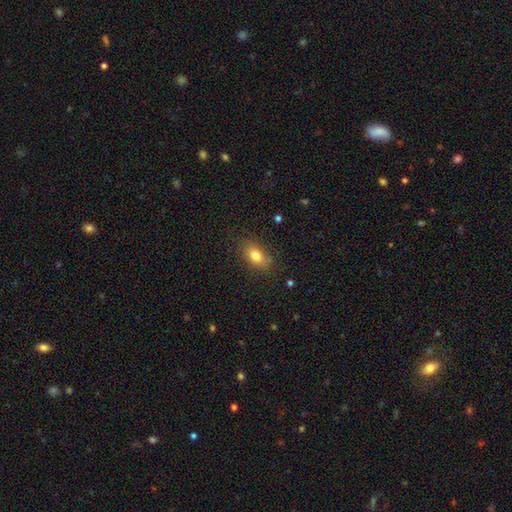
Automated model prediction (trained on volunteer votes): smooth_or_featured: smooth (p=0.80) [alt: featured or disk p=0.11]
how_rounded: in between (p=0.84) [alt: round p=0.14]
merging: none (p=0.81) [alt: minor disturbance p=0.14]